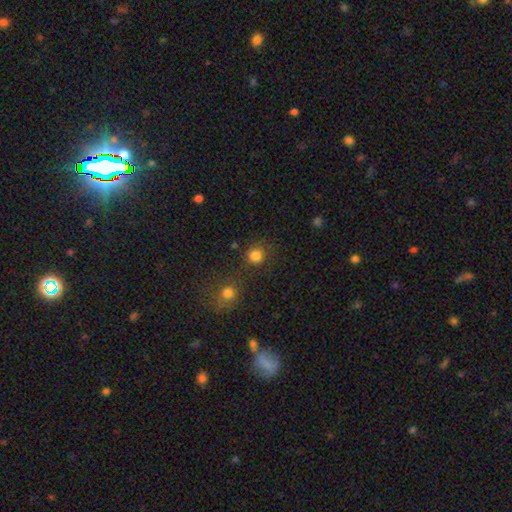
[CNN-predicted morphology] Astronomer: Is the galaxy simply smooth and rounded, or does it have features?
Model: smooth — 82%.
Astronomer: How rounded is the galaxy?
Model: round — 91%.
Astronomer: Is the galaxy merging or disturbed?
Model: none — 77%.